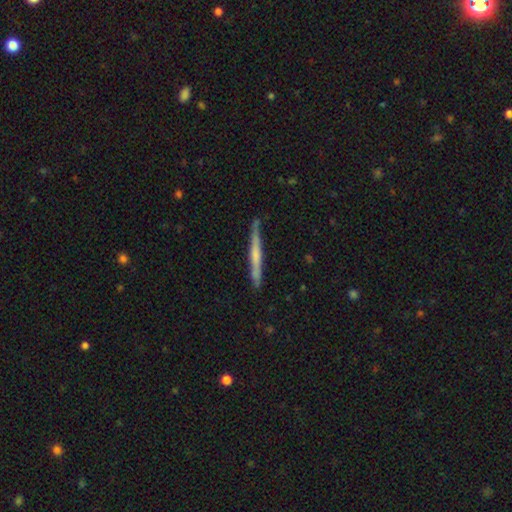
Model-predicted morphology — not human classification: The model was most divided on "smooth or featured": featured or disk: 53%, smooth: 42%, star or artifact: 6%. More confident: edge-on disk — yes (96%); merging — none (84%); edge-on bulge — none (56%).